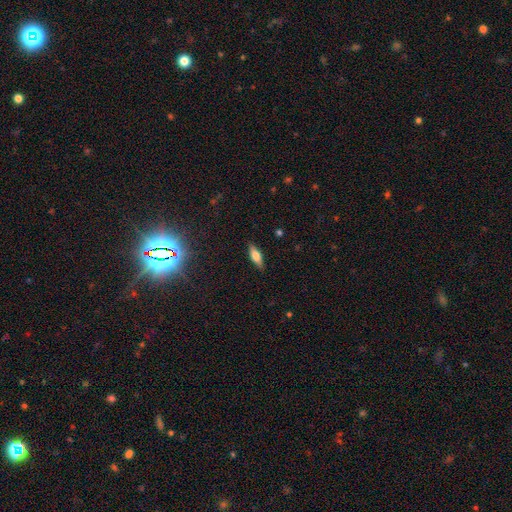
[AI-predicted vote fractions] Morphology: type=smooth (61%); roundness=in between (58%); merging=none (88%).